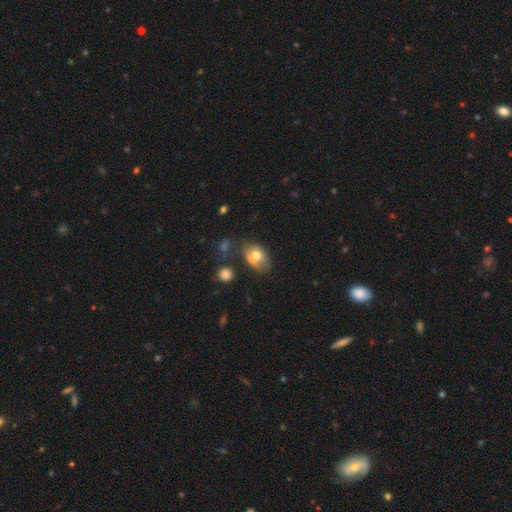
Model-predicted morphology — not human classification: Q: Smooth or featured?
A: smooth (65%); runner-up: featured or disk (26%)
Q: How rounded?
A: in between (74%); runner-up: round (25%)
Q: Merging?
A: merger (37%); runner-up: none (35%)